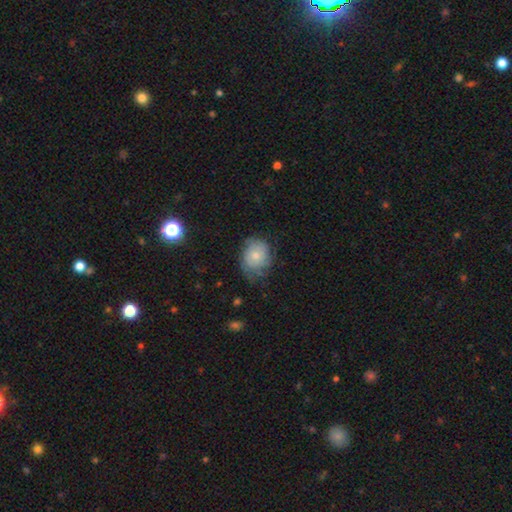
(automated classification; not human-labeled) Smooth or featured? smooth (62%)
How rounded? round (60%)
Merging? none (49%)